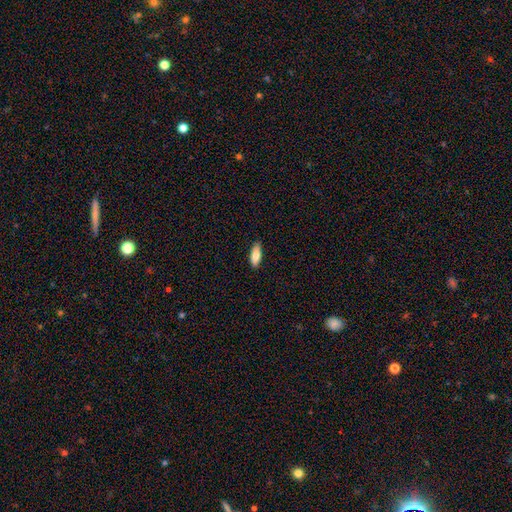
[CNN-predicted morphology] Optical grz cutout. It shows a smooth galaxy with no disk features (81%) that is in between round and cigar-shaped (66%). Merging: none (87%).